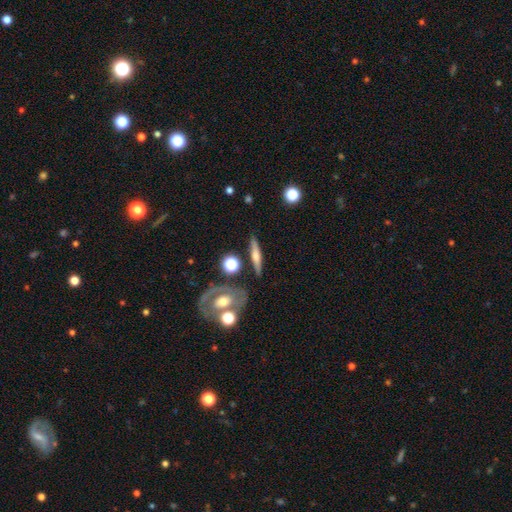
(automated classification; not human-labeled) Morphology: type=featured or disk (58%); edge-on=yes (89%); edge-on bulge=rounded (86%); merging=none (81%).